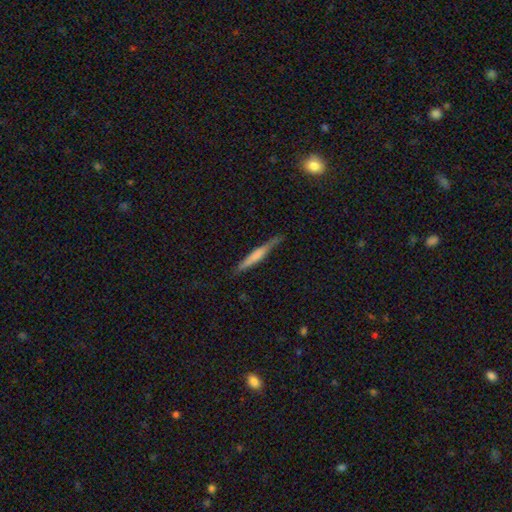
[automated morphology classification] smooth_or_featured: smooth (p=0.52) [alt: featured or disk p=0.42]
how_rounded: cigar-shaped (p=0.94) [alt: in between p=0.05]
merging: none (p=0.78) [alt: minor disturbance p=0.17]